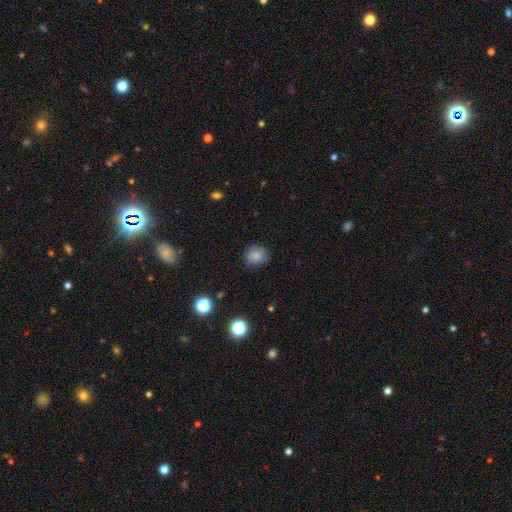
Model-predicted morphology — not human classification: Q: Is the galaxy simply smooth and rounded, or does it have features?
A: smooth — 81%.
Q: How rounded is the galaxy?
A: round — 72%.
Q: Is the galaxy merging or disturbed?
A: none — 74%.